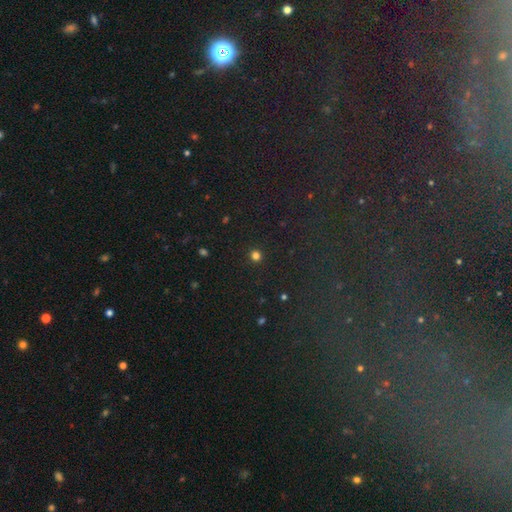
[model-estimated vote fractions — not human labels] Smooth or featured?
  - smooth: 78% *
  - star or artifact: 18%
  - featured or disk: 4%
How rounded?
  - round: 94% *
  - in between: 5%
  - cigar-shaped: 1%
Merging?
  - none: 92% *
  - minor disturbance: 5%
  - major disturbance: 2%
  - merger: 1%